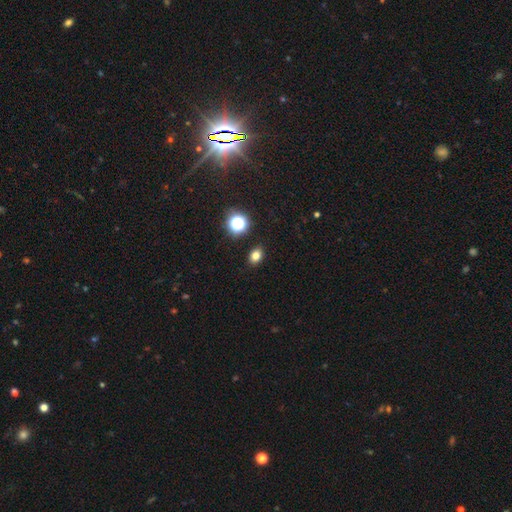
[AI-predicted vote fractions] Morphology: type=smooth (77%); roundness=in between (67%); merging=none (88%).